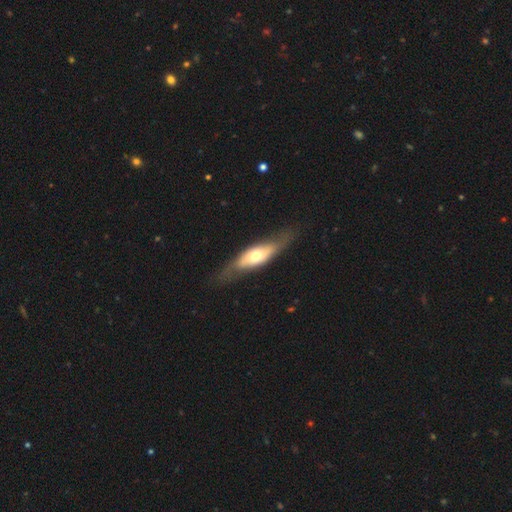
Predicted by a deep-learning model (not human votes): smooth-or-featured: featured or disk: 53% | smooth: 42% | star or artifact: 5%
  disk-edge-on: no: 50% (tied) | yes: 50% (tied)
  merging: none: 70% | minor disturbance: 19% | major disturbance: 9% | merger: 2%